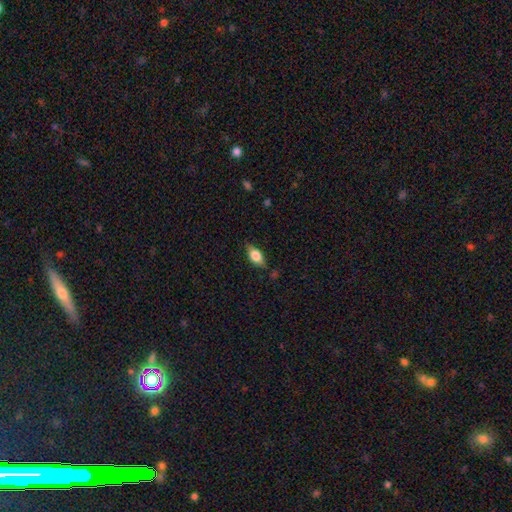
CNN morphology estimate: A smooth galaxy with no disk features (76%) that is in between round and cigar-shaped (86%). Merging: none (75%).